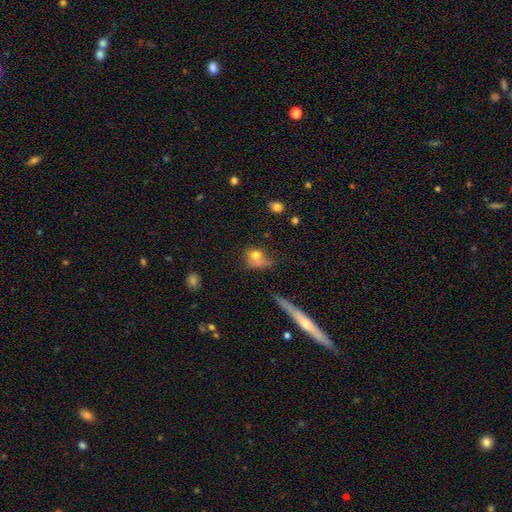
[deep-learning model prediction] Smooth or featured?
  - smooth: 70% *
  - featured or disk: 16%
  - star or artifact: 14%
How rounded?
  - round: 49% *
  - in between: 47%
  - cigar-shaped: 5%
Merging?
  - none: 40% *
  - minor disturbance: 25%
  - major disturbance: 22%
  - merger: 13%